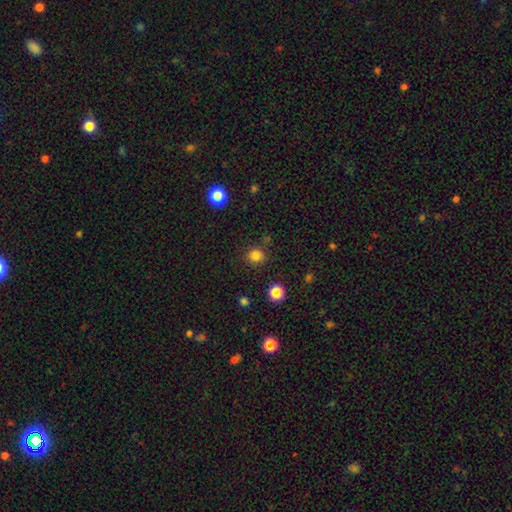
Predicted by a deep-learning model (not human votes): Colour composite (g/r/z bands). It shows a smooth galaxy with no disk features (81%) that is round (90%). Merging: none (87%).